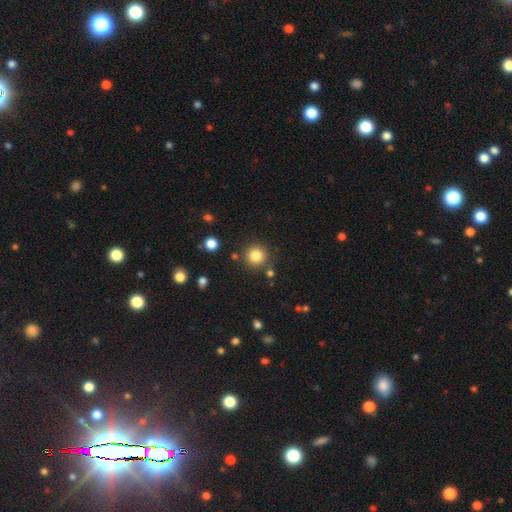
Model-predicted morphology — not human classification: The model was most divided on "smooth or featured": smooth: 83%, star or artifact: 11%, featured or disk: 6%. More confident: how rounded — round (94%); merging — none (85%).